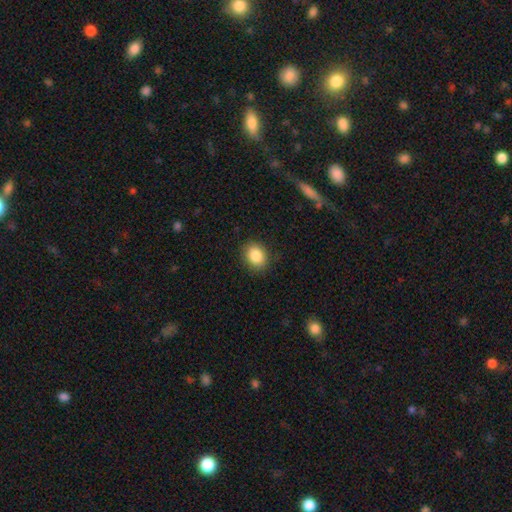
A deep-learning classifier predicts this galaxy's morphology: Overall: smooth (86%). How rounded: round (55%; in between 44%). Merging: none (88%).